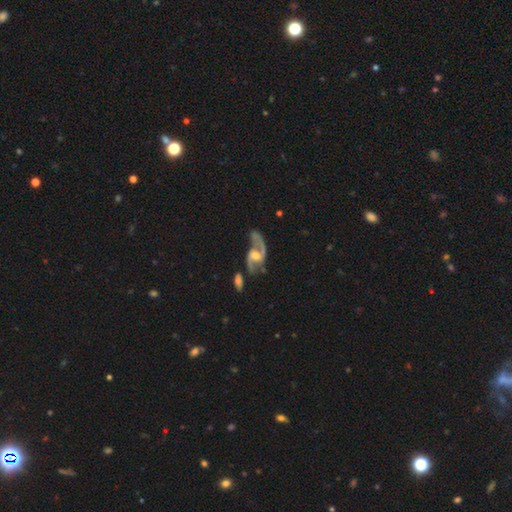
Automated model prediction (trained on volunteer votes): The model was most divided on "bar": weak: 45%, no: 42%, strong: 13%. More confident: edge-on disk — no (97%); spiral arms — yes (95%); spiral arm count — 2 (89%); smooth or featured — featured or disk (88%); bulge size — moderate (59%); spiral winding — loose (59%); merging — none (55%).